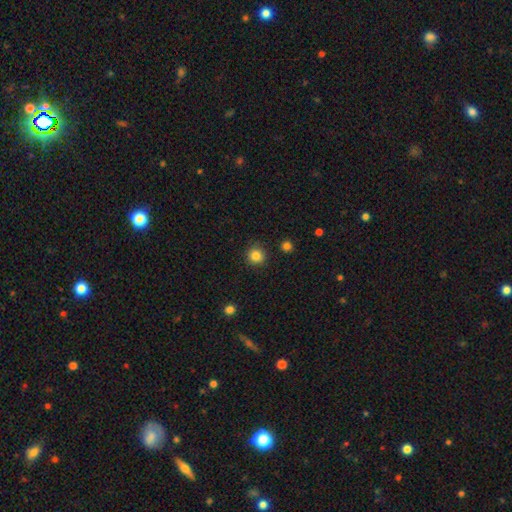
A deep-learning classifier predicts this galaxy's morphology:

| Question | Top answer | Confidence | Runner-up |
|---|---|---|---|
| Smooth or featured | smooth | 84% | star or artifact (12%) |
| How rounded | round | 93% | in between (6%) |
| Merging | none | 90% | minor disturbance (7%) |